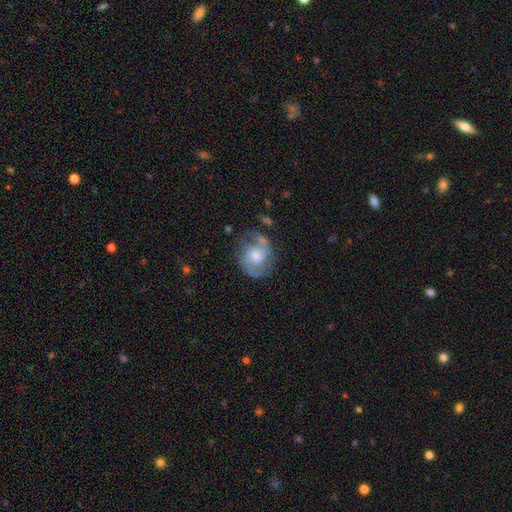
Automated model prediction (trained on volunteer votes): smooth-or-featured: featured or disk: 83% | smooth: 11% | star or artifact: 6%
  disk-edge-on: no: 98% | yes: 2%
    bar: no: 60% | weak: 33% | strong: 7%
    has-spiral-arms: yes: 95% | no: 5%
      spiral-winding: medium: 53% | tight: 27% | loose: 19%
      spiral-arm-count: 2: 89% | can't tell: 5% | 3: 2% | 1: 2% | 4: 1% | more than 4: 1%
    bulge-size: moderate: 57% | small: 25% | large: 13% | none: 4% | dominant: 2%
  merging: none: 73% | minor disturbance: 17% | major disturbance: 7% | merger: 3%